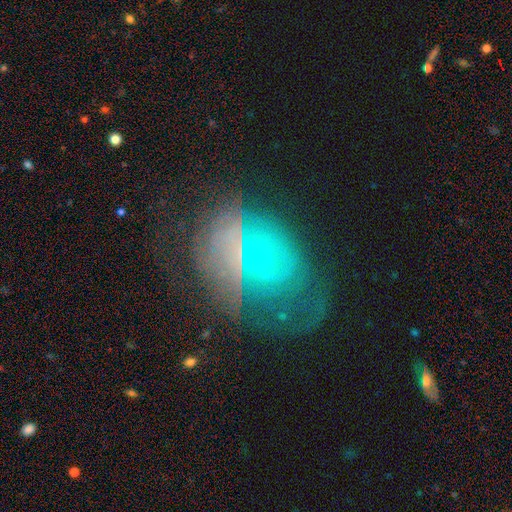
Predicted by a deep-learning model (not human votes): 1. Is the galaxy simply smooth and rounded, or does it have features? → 49% featured or disk, 28% star or artifact, 23% smooth.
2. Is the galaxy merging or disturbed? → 50% none, 20% major disturbance, 19% minor disturbance, 11% merger.